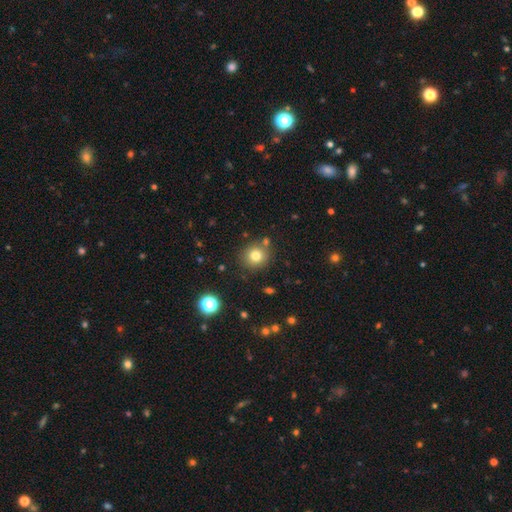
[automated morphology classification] smooth-or-featured: smooth: 78% | star or artifact: 14% | featured or disk: 9%
  how-rounded: round: 90% | in between: 9% | cigar-shaped: 1%
  merging: none: 82% | minor disturbance: 9% | merger: 6% | major disturbance: 3%